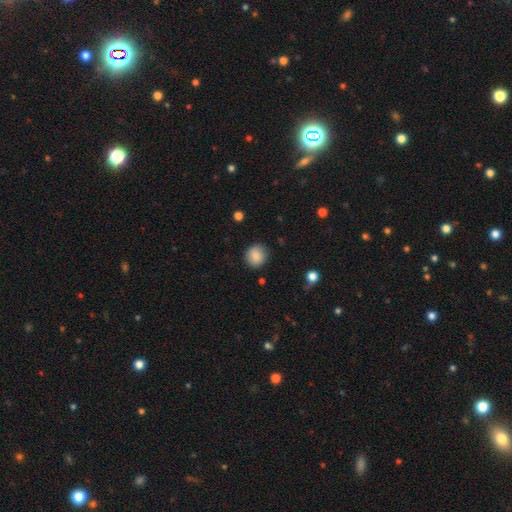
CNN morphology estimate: This is clearly a smooth galaxy (84%). How rounded: clearly round (88%). Merging: clearly none (86%).